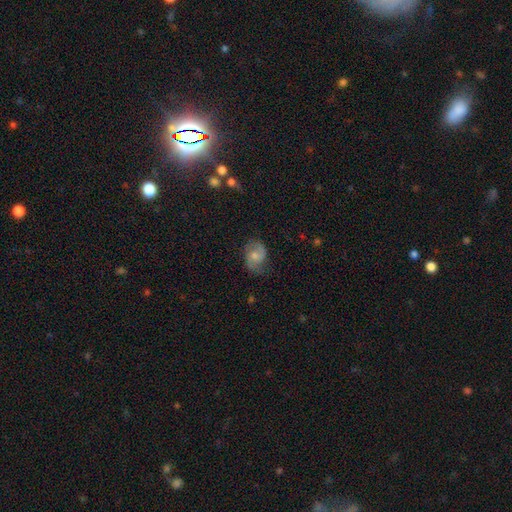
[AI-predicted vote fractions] Smooth or featured? featured or disk (59%)
Edge-on disk? no (97%)
Bar? no (62%)
Spiral arms? yes (89%)
Spiral winding? medium (48%)
Spiral arm count? 2 (83%)
Bulge size? moderate (46%)
Merging? none (64%)